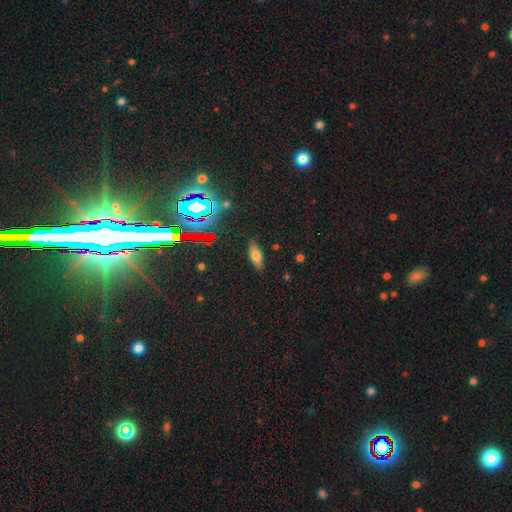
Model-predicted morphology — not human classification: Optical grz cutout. It shows a smooth galaxy with no disk features (62%) that is in between round and cigar-shaped (67%). Merging: none (86%).